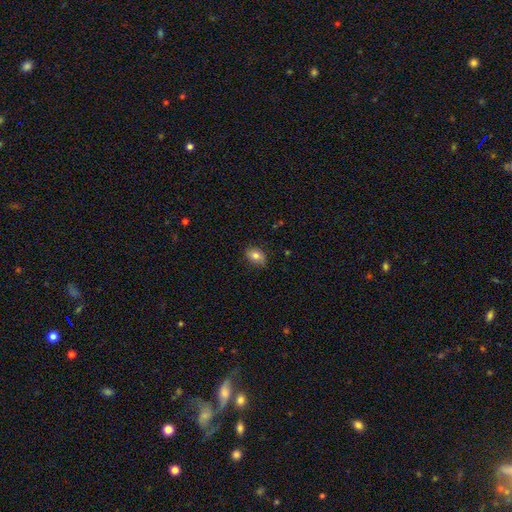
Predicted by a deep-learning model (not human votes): Smooth or featured: smooth — 80% (featured or disk — 11%)
How rounded: in between — 79% (round — 19%)
Merging: none — 77% (minor disturbance — 19%)